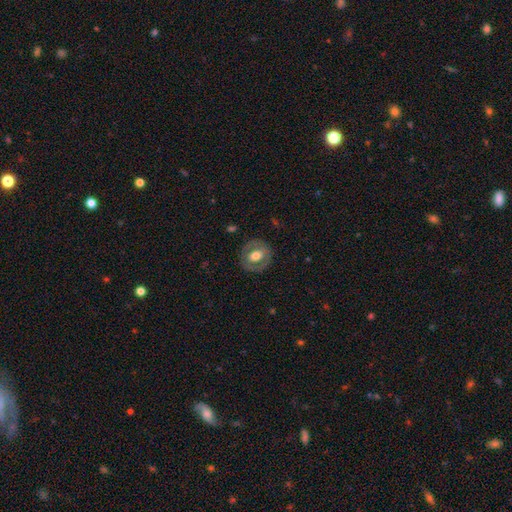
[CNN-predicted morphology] A featured or disk galaxy (50%). Merging: none (81%).